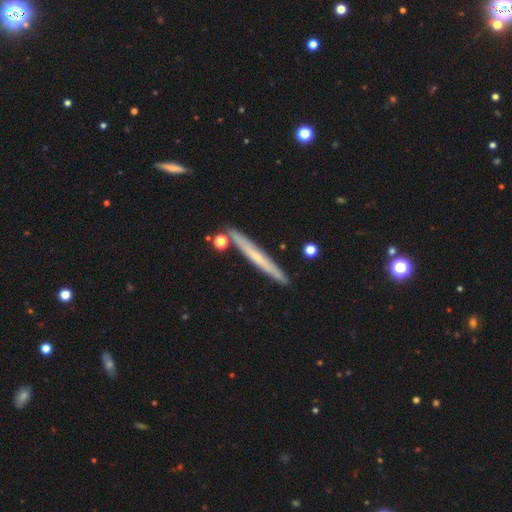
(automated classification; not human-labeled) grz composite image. It shows a featured or disk galaxy (48%). Merging: none (86%).